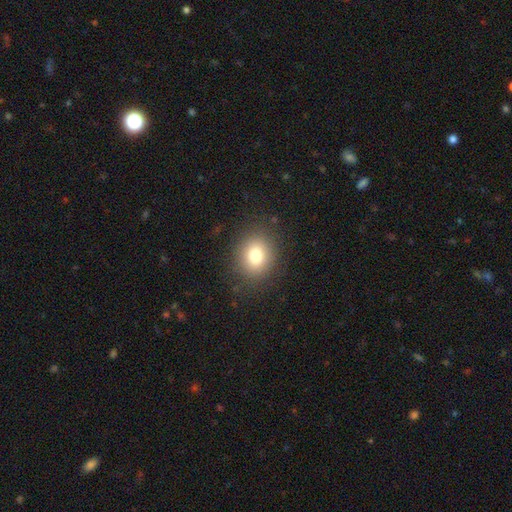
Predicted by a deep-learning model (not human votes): This appears to be a smooth galaxy with no disk features (78%) that is round (62%). Merging: none (86%).